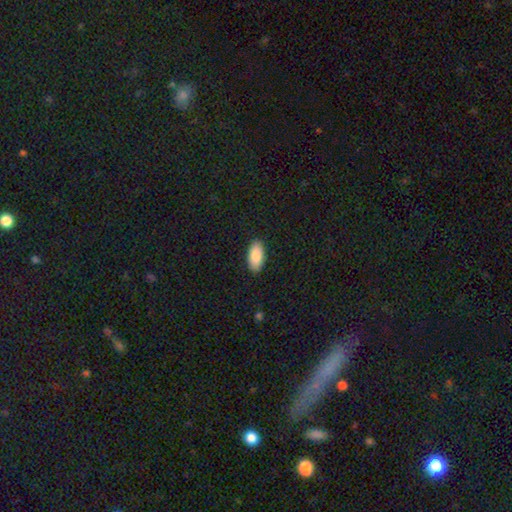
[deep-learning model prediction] smooth 87%, featured or disk 7%, star or artifact 6%. Down the decision tree: how rounded — in between (92%); merging — none (90%).